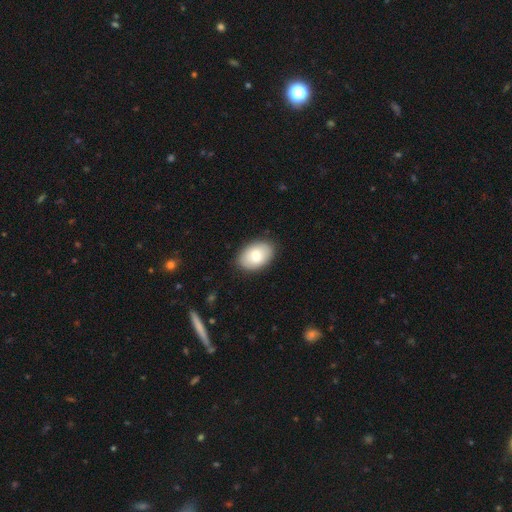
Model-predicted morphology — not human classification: This is likely a smooth galaxy (78%). How rounded: clearly in between (88%). Merging: clearly none (87%).